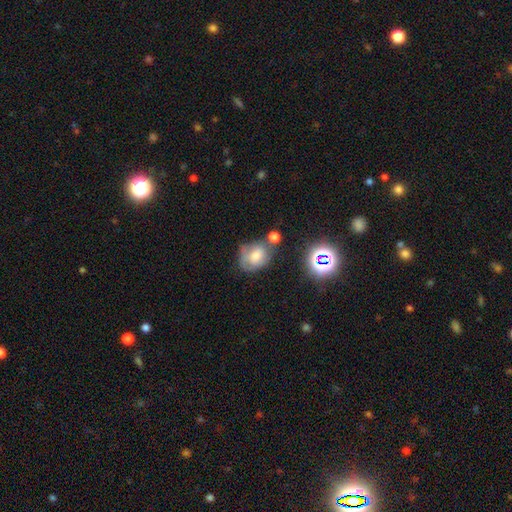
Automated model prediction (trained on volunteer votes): A smooth galaxy with no disk features (54%) that is in between round and cigar-shaped (54%). Merging: none (42%).